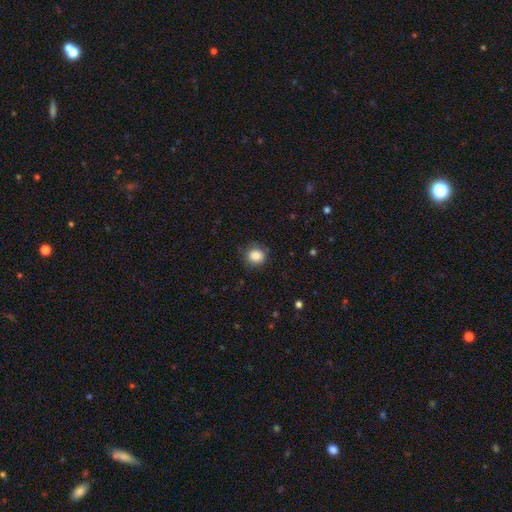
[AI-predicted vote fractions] Morphology: type=smooth (86%); roundness=round (84%); merging=none (80%).